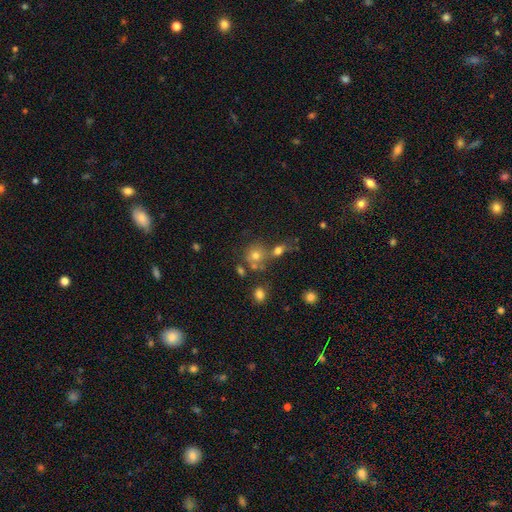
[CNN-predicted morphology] Smooth or featured? smooth (64%)
How rounded? round (84%)
Merging? none (54%)